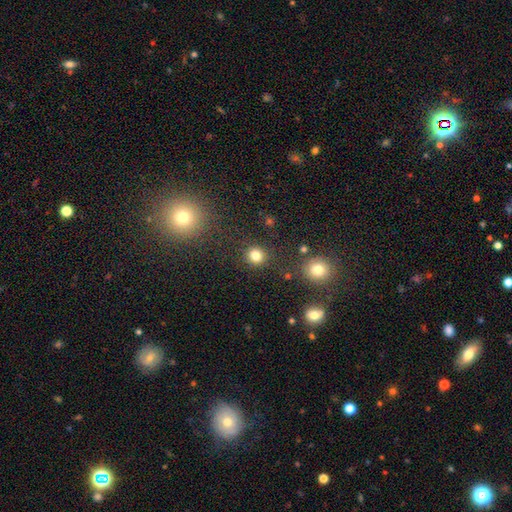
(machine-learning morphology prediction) The model was most divided on "smooth or featured": smooth: 81%, star or artifact: 14%, featured or disk: 5%. More confident: merging — none (88%); how rounded — round (87%).